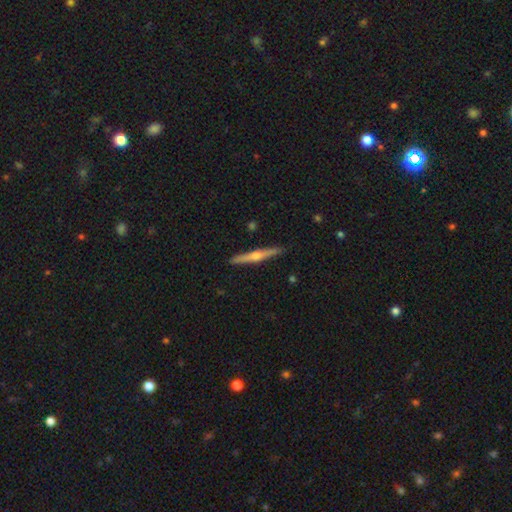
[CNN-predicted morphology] featured or disk 66%, smooth 28%, star or artifact 5%. Down the decision tree: edge-on disk — yes (98%); edge-on bulge — rounded (88%); merging — none (90%).